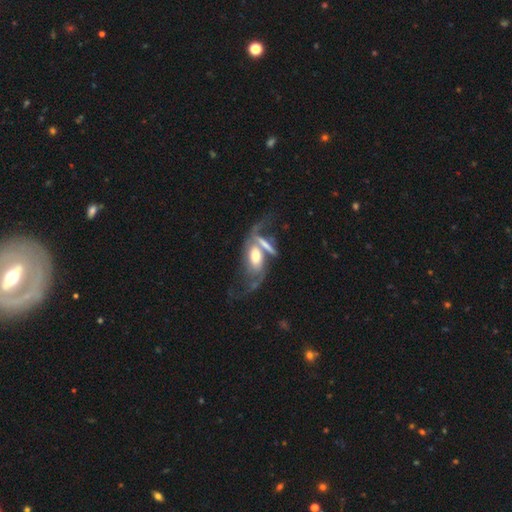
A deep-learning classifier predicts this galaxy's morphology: Smooth or featured?
  - featured or disk: 58% *
  - smooth: 34%
  - star or artifact: 8%
Edge-on disk?
  - no: 81% *
  - yes: 19%
Merging?
  - merger: 52% *
  - major disturbance: 21%
  - none: 17%
  - minor disturbance: 10%